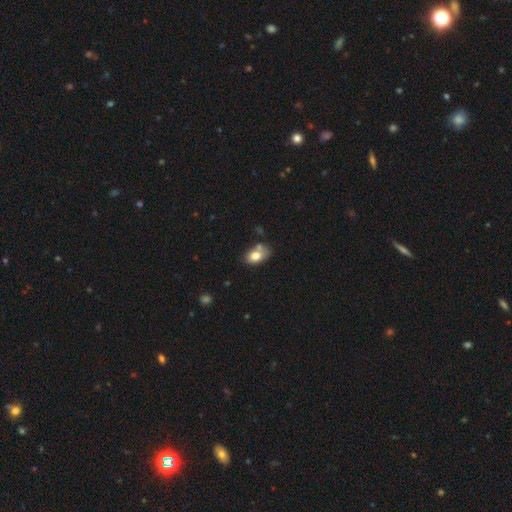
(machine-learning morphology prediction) Smooth or featured: smooth — 78% (featured or disk — 14%)
How rounded: in between — 85% (round — 14%)
Merging: none — 53% (minor disturbance — 22%)